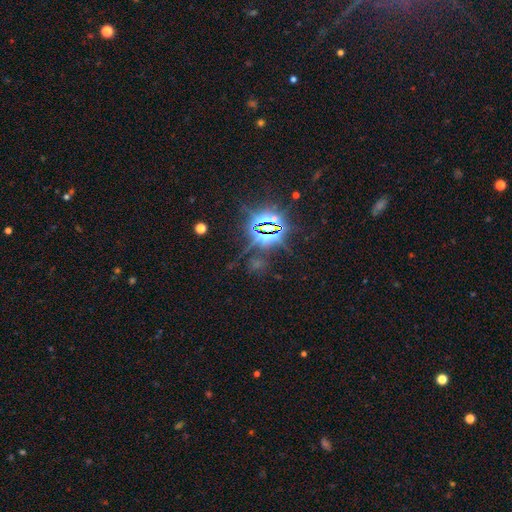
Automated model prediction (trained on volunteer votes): Q: Smooth or featured?
A: star or artifact (80%); runner-up: smooth (12%)